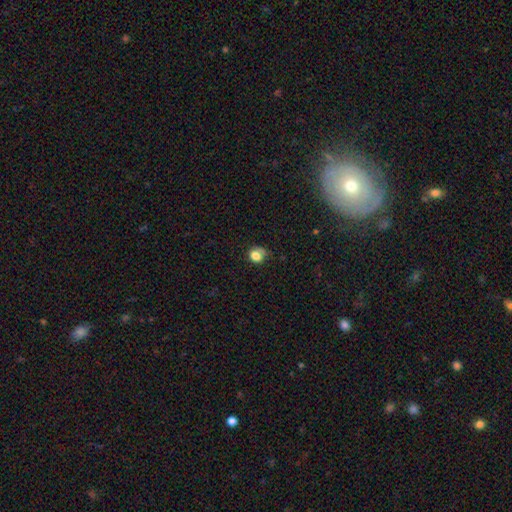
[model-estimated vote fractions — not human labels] The model was most divided on "merging": none: 45%, minor disturbance: 32%, major disturbance: 17%, merger: 6%. More confident: smooth or featured — smooth (79%); how rounded — round (65%).